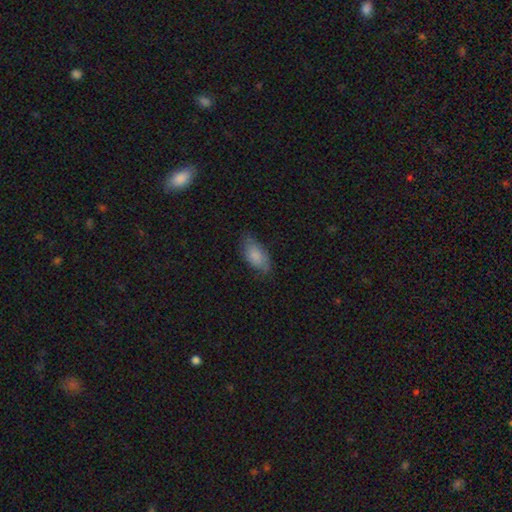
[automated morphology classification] smooth-or-featured: smooth: 83% | featured or disk: 11% | star or artifact: 6%
  how-rounded: in between: 91% | cigar-shaped: 6% | round: 3%
  merging: none: 69% | minor disturbance: 25% | major disturbance: 5% | merger: 1%